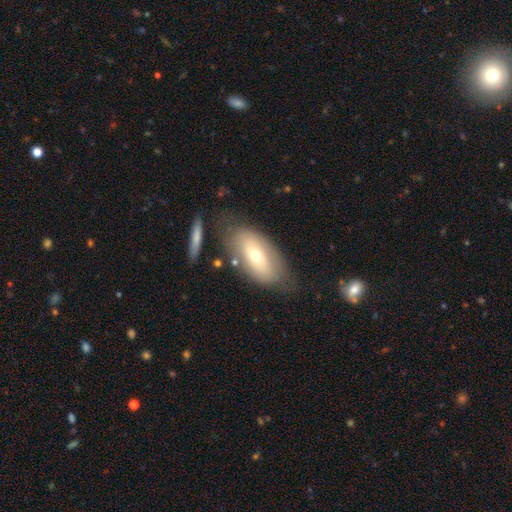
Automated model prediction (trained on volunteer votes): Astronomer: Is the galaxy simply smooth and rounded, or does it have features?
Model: smooth — 55% (runner-up: featured or disk, 37%).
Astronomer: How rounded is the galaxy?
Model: in between — 89%.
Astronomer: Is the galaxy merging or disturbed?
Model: none — 63%.